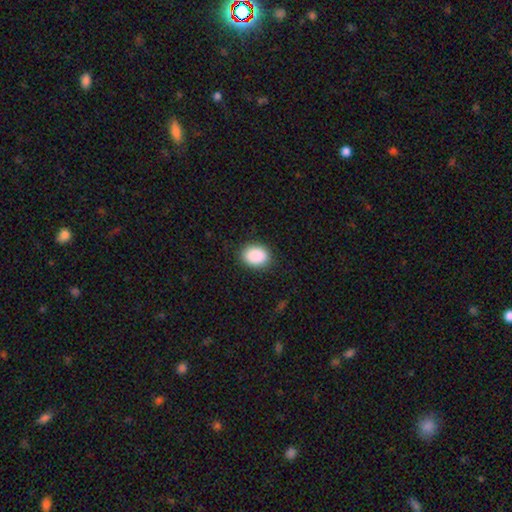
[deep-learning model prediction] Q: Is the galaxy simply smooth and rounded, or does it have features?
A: smooth — 90%.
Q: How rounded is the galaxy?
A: in between — 61%.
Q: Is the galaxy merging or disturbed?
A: none — 89%.